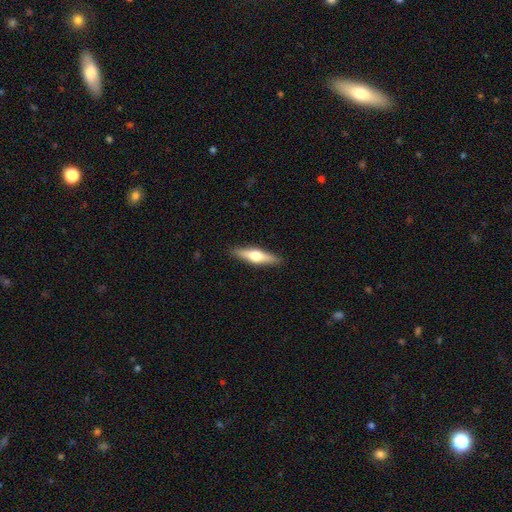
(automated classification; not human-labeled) smooth_or_featured: featured or disk (p=0.55) [alt: smooth p=0.39]
disk_edge_on: yes (p=0.95) [alt: no p=0.05]
edge_on_bulge: rounded (p=0.95) [alt: boxy p=0.03]
merging: none (p=0.90) [alt: minor disturbance p=0.07]